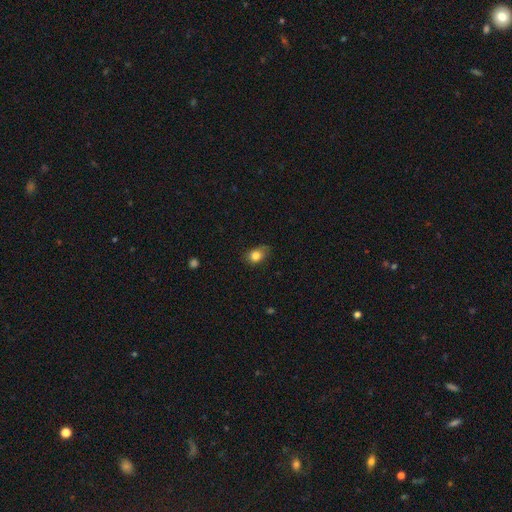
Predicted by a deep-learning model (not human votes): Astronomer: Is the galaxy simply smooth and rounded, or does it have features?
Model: smooth — 83%.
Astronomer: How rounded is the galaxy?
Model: in between — 62% (runner-up: round, 37%).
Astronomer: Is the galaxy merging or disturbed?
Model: none — 64%.